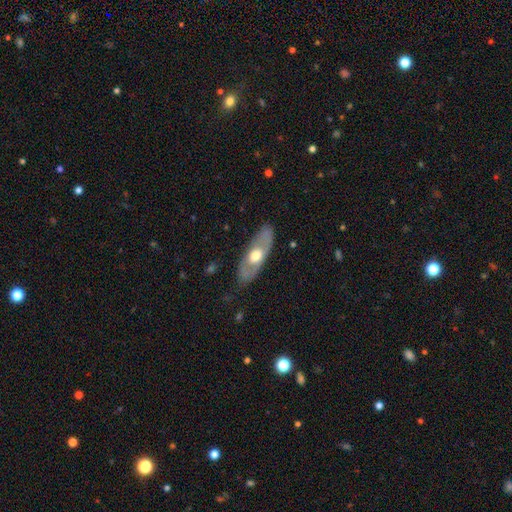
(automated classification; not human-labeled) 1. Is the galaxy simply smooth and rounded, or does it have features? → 52% featured or disk, 43% smooth, 5% star or artifact.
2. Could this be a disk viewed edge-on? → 71% no, 29% yes.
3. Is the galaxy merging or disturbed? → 80% none, 14% minor disturbance, 4% major disturbance, 1% merger.